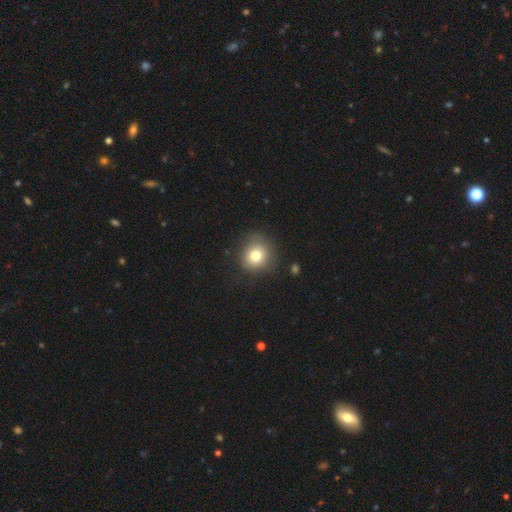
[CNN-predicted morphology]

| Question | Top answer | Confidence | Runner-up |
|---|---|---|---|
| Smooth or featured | smooth | 77% | star or artifact (12%) |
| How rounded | round | 85% | in between (14%) |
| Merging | none | 78% | minor disturbance (16%) |